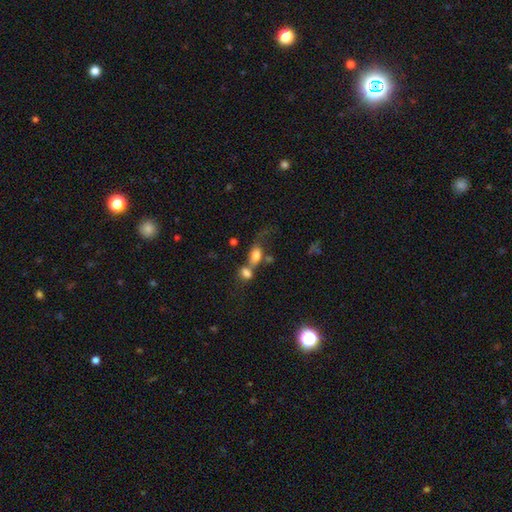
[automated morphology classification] Smooth or featured: smooth — 74% (featured or disk — 15%)
How rounded: in between — 77% (round — 19%)
Merging: merger — 62% (none — 19%)